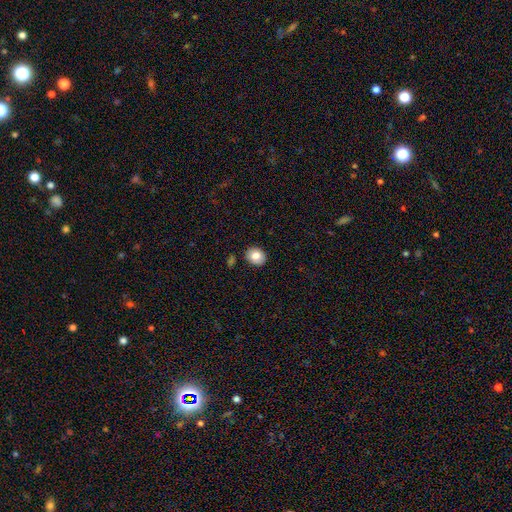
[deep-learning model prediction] Smooth or featured? Predicted: smooth (p=0.80). How rounded? Predicted: round (p=0.57). Merging? Predicted: none (p=0.88).